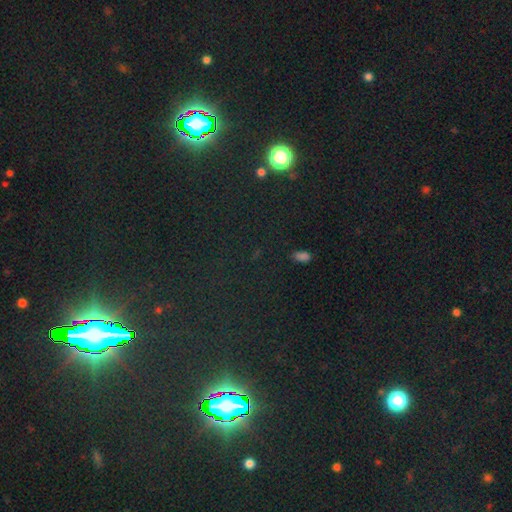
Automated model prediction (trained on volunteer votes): Smooth or featured? star or artifact (76%)